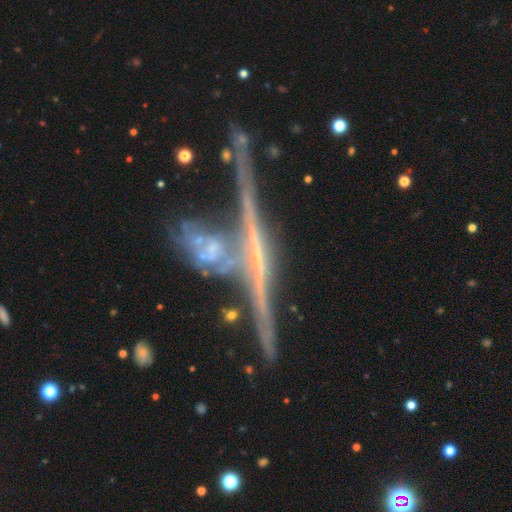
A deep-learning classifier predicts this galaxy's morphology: featured or disk 82%, star or artifact 10%, smooth 8%. Down the decision tree: edge-on disk — yes (95%); edge-on bulge — none (57%); merging — none (56%).